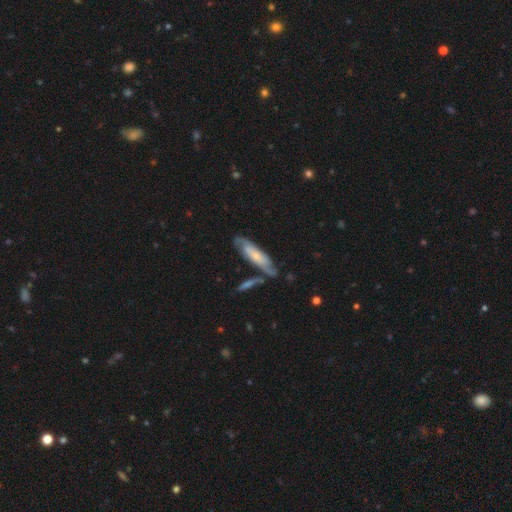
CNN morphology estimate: The model was most divided on "smooth or featured": featured or disk: 56%, smooth: 38%, star or artifact: 6%. More confident: edge-on disk — no (65%); merging — none (65%).